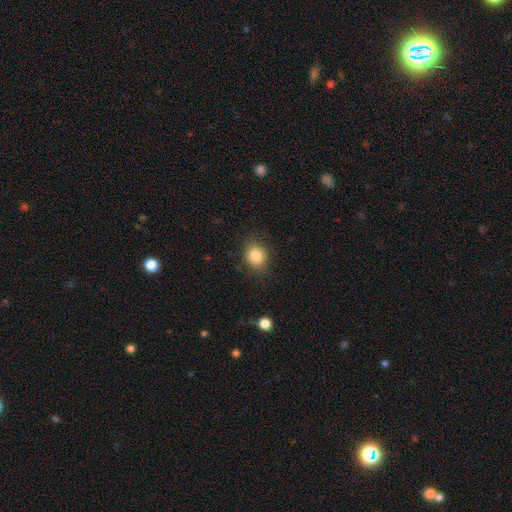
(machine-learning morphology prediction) A smooth galaxy with no disk features (83%) that is round (61%). Merging: none (84%).